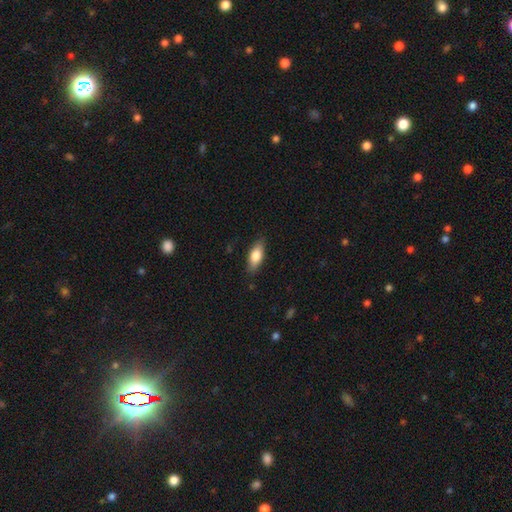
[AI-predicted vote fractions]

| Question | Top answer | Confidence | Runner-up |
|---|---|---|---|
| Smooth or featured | smooth | 77% | featured or disk (16%) |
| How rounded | in between | 77% | cigar-shaped (20%) |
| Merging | none | 84% | minor disturbance (12%) |